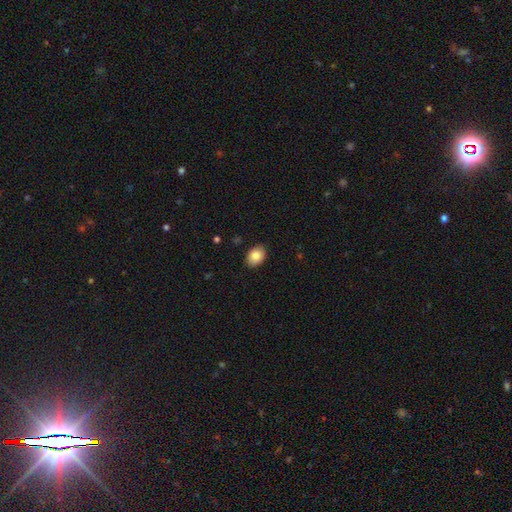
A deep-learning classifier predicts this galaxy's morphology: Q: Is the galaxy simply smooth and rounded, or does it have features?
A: smooth — 86%.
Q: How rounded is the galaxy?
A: in between — 74%.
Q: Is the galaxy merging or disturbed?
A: none — 88%.